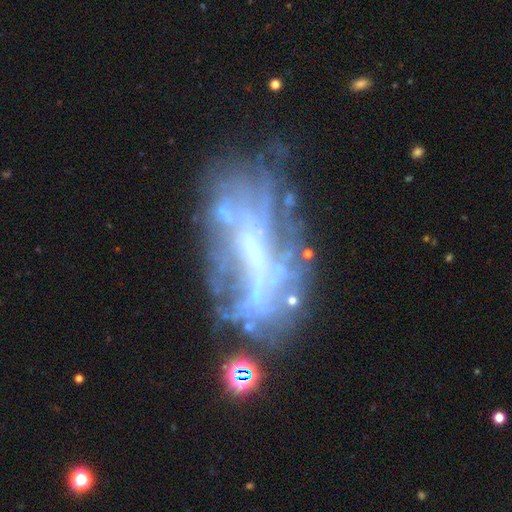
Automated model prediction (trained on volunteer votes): Overall: featured or disk (72%). Edge-on disk: no (90%). Bar: no (48%; weak 30%). Spiral arms: no (66%; yes 34%). Bulge size: small (36%, tied with none). Merging: none (47%; major disturbance 24%).